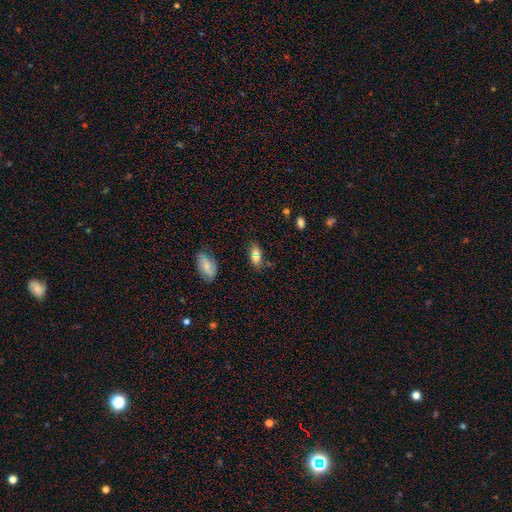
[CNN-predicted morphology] type=smooth (77%); roundness=in between (87%); merging=none (64%).